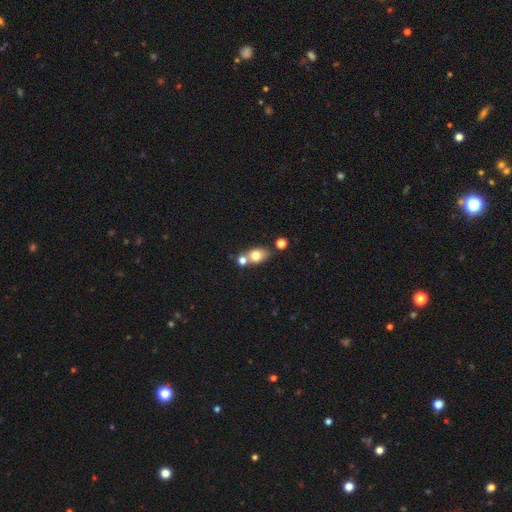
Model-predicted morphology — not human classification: Smooth or featured: smooth — 74% (featured or disk — 15%)
How rounded: in between — 64% (round — 33%)
Merging: none — 45% (merger — 40%)